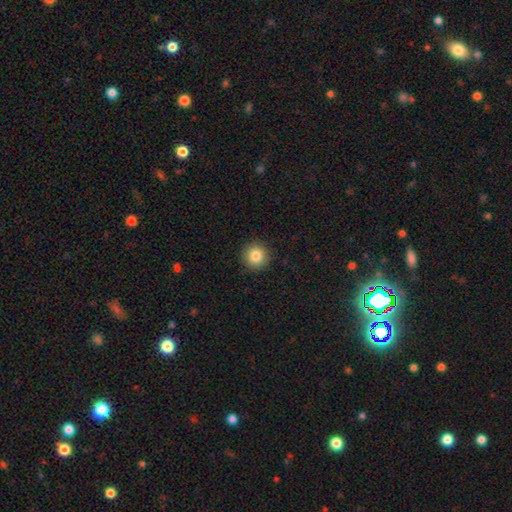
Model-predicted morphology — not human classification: smooth-or-featured: smooth: 84% | star or artifact: 10% | featured or disk: 6%
  how-rounded: round: 95% | in between: 4% | cigar-shaped: 1%
  merging: none: 92% | minor disturbance: 6% | major disturbance: 2% | merger: 1%